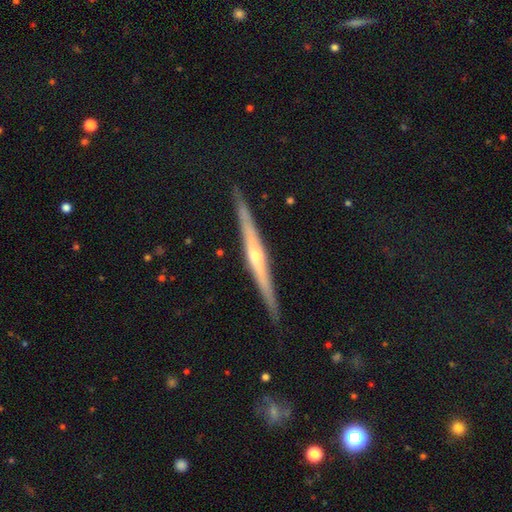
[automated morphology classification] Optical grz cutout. It shows a featured or disk galaxy (79%) viewed edge-on (97%) with a rounded central bulge (72%). Merging: none (90%).